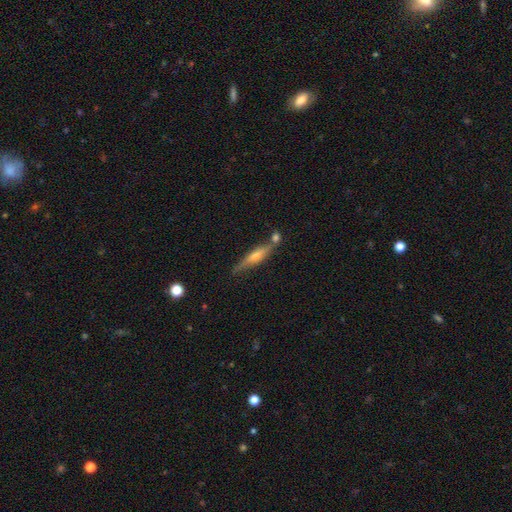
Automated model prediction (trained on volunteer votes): featured or disk 65%, smooth 28%, star or artifact 7%. Down the decision tree: edge-on disk — yes (94%); edge-on bulge — rounded (73%); merging — none (70%).